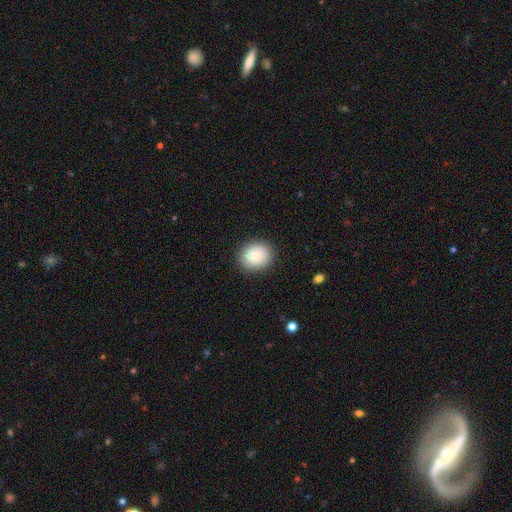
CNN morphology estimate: Overall: smooth (80%). How rounded: round (75%). Merging: none (89%).